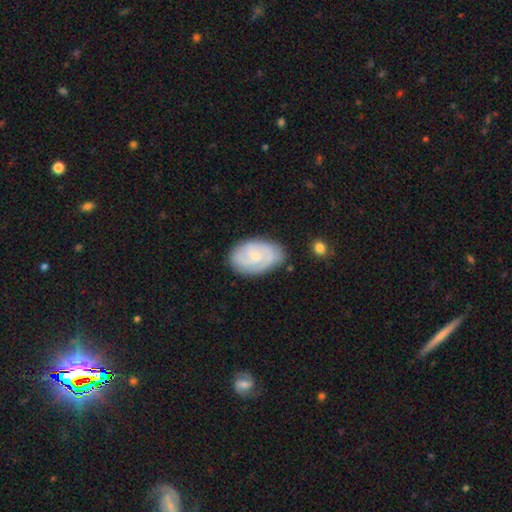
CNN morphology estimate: Smooth or featured? Predicted: featured or disk (p=0.75). Edge-on disk? Predicted: no (p=0.97). Bar? Predicted: no (p=0.63). Spiral arms? Predicted: yes (p=0.93). Spiral winding? Predicted: tight (p=0.59). Spiral arm count? Predicted: 2 (p=0.57). Bulge size? Predicted: small (p=0.66). Merging? Predicted: none (p=0.77).